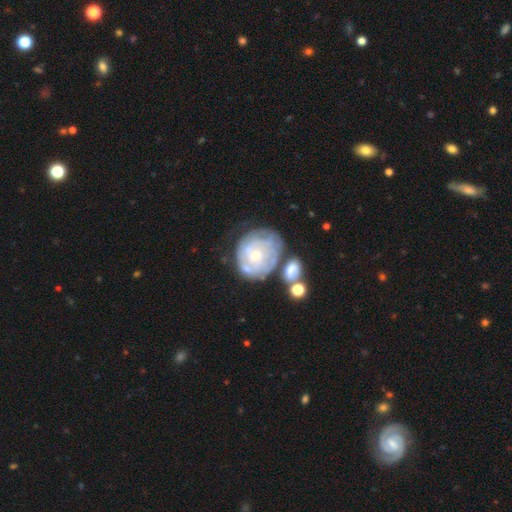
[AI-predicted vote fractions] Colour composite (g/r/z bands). It shows a featured or disk galaxy (70%) with no bar (82%), spiral arms (67%) and a small central bulge (56%). Merging: none (47%).